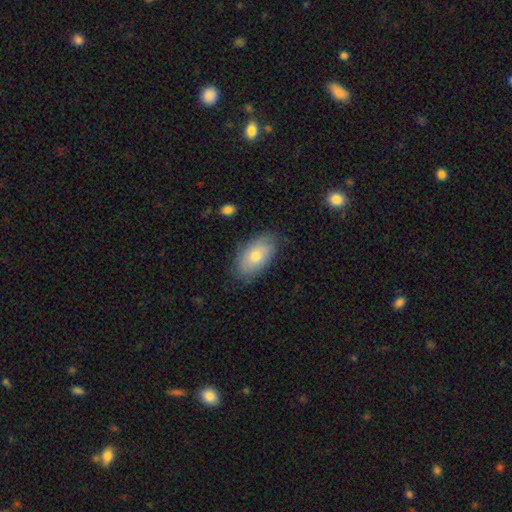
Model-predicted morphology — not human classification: Smooth or featured?
  - smooth: 72% *
  - featured or disk: 22%
  - star or artifact: 6%
How rounded?
  - in between: 93% *
  - round: 5%
  - cigar-shaped: 2%
Merging?
  - none: 79% *
  - minor disturbance: 16%
  - major disturbance: 3%
  - merger: 1%